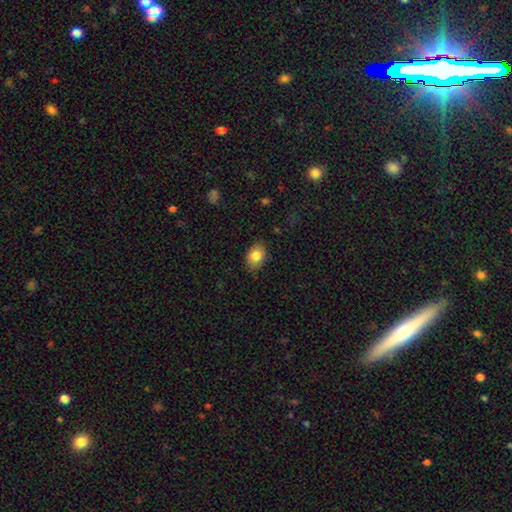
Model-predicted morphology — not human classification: The model was most divided on "how rounded": in between: 77%, round: 22%, cigar-shaped: 1%. More confident: smooth or featured — smooth (83%); merging — none (83%).